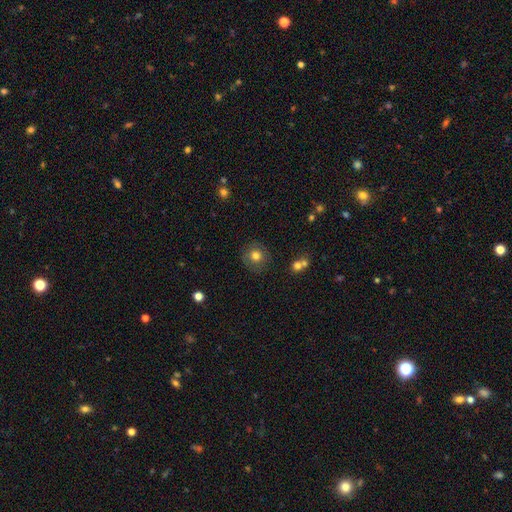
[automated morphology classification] Overall: smooth (76%). How rounded: round (90%). Merging: none (85%).